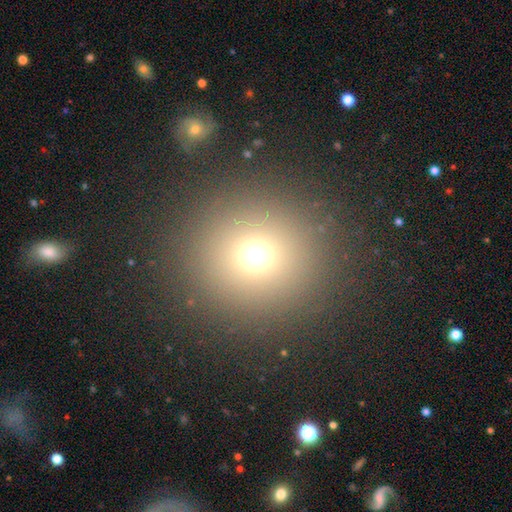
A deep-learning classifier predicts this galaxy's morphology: A smooth galaxy with no disk features (69%) that is round (93%).

Vote fractions:
- Smooth or featured? smooth: 69% / star or artifact: 22% / featured or disk: 9%
- How rounded? round: 93% / in between: 6% / cigar-shaped: 1%
- Merging? none: 89% / minor disturbance: 5% / major disturbance: 3% / merger: 3%